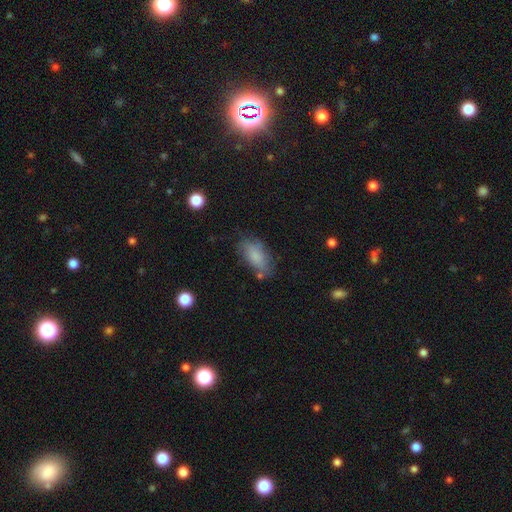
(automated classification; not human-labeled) Morphology: type=smooth (80%); roundness=in between (89%); merging=none (65%).